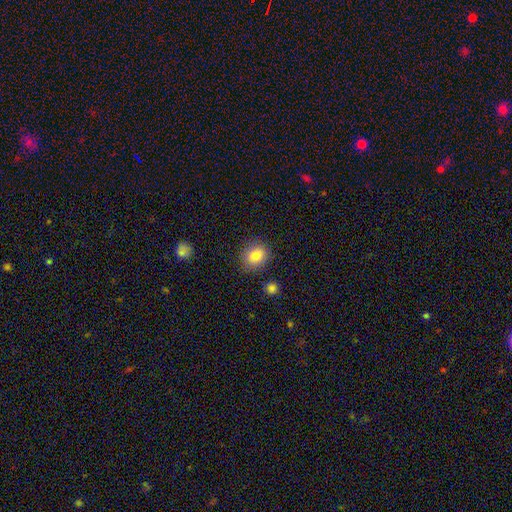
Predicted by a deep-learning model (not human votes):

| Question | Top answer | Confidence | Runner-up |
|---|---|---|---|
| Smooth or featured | smooth | 83% | star or artifact (10%) |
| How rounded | round | 62% | in between (37%) |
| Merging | none | 84% | minor disturbance (10%) |